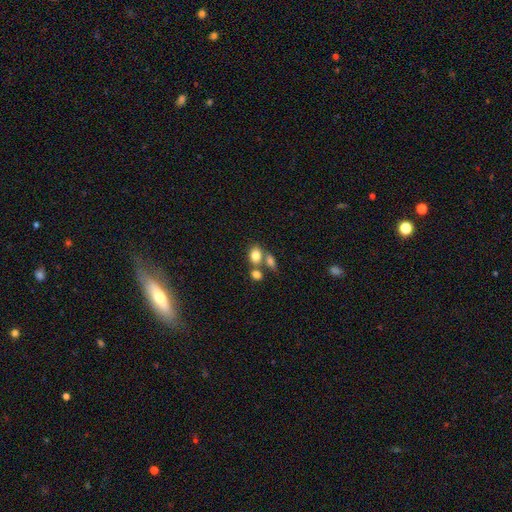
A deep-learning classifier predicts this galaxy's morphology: smooth-or-featured: smooth: 79% | featured or disk: 10% | star or artifact: 10%
  how-rounded: in between: 68% | round: 31% | cigar-shaped: 2%
  merging: none: 45% | merger: 40% | minor disturbance: 11% | major disturbance: 5%